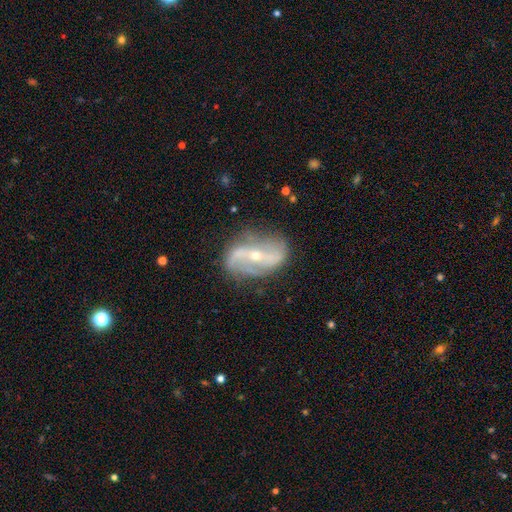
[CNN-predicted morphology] This appears to be a featured or disk galaxy (87%) with a strong bar (46%), 2 (89%) loose (64%) spiral arms (92%) and a small central bulge (66%). Merging: none (71%).